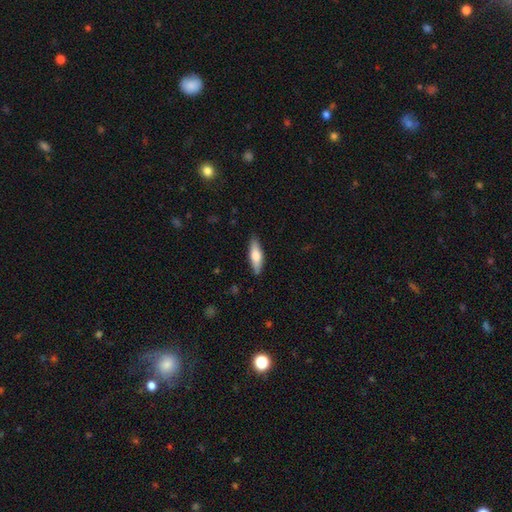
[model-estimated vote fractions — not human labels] smooth 66%, featured or disk 29%, star or artifact 6%. Down the decision tree: how rounded — cigar-shaped (50%); merging — none (87%).